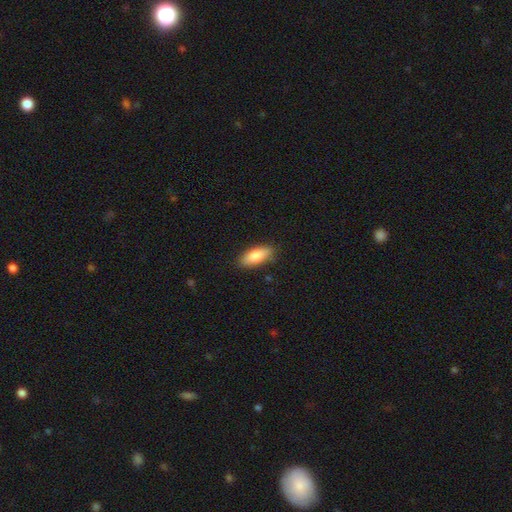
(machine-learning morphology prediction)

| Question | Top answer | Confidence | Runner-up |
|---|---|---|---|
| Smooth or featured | smooth | 84% | featured or disk (10%) |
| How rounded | in between | 78% | cigar-shaped (20%) |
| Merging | none | 84% | minor disturbance (12%) |